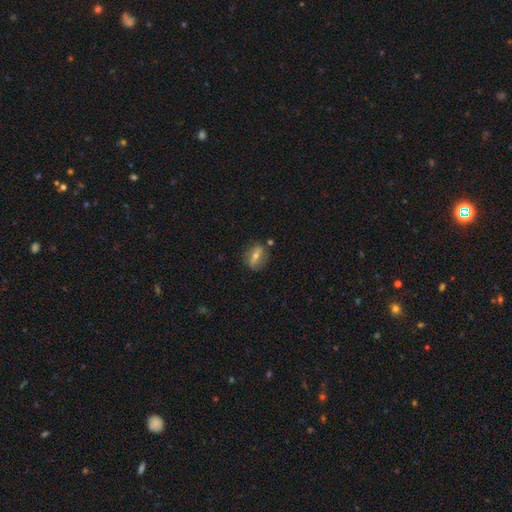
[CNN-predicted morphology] Overall: featured or disk (50%; smooth 38%). Edge-on disk: no (79%). Merging: none (77%).